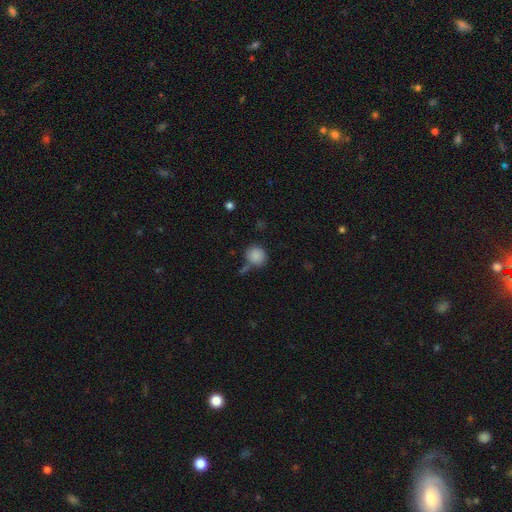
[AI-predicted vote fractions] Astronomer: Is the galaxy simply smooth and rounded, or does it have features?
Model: smooth — 86%.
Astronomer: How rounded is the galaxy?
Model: round — 83%.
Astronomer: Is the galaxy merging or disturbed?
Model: none — 68%.